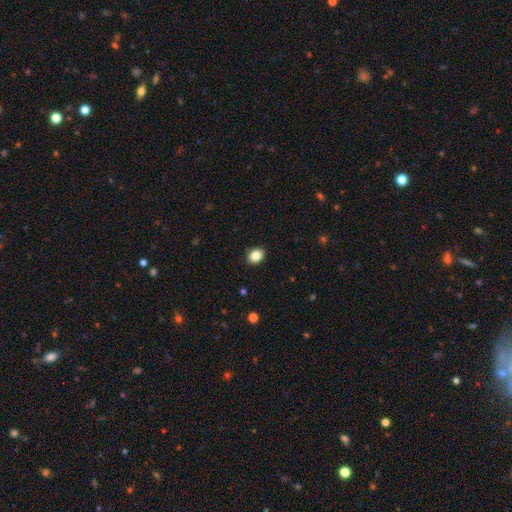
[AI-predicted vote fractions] Smooth or featured? smooth (85%)
How rounded? in between (57%)
Merging? none (90%)